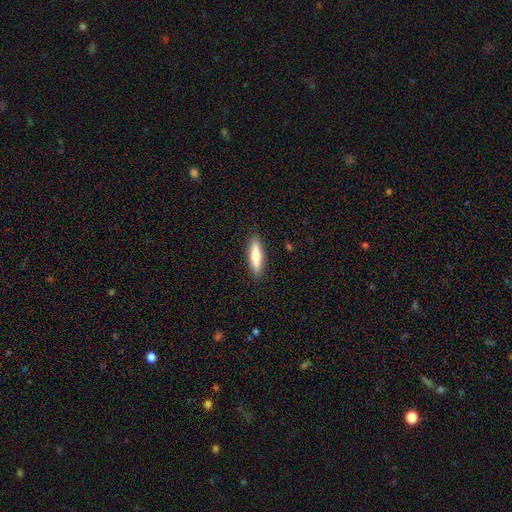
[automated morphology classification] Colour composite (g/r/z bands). It shows a smooth galaxy with no disk features (70%) that is cigar-shaped (71%). Merging: none (89%).